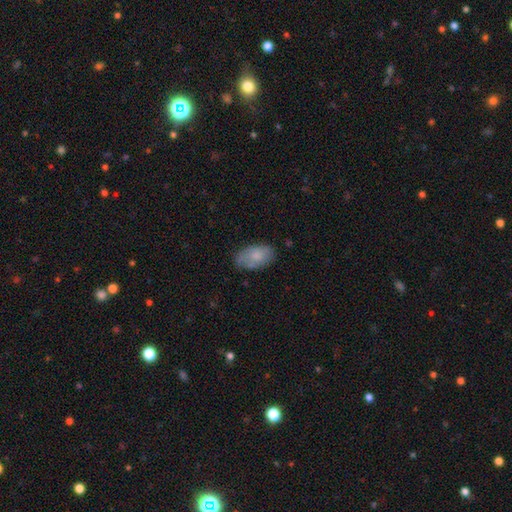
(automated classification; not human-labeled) The model was most divided on "merging": none: 69%, minor disturbance: 23%, major disturbance: 5%, merger: 2%. More confident: how rounded — in between (93%); smooth or featured — smooth (74%).